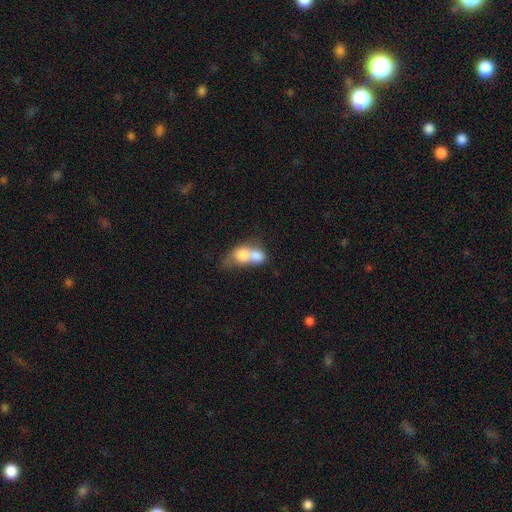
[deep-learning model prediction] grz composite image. It shows a smooth galaxy with no disk features (72%) that is in between round and cigar-shaped (55%). Merging: merger (80%).